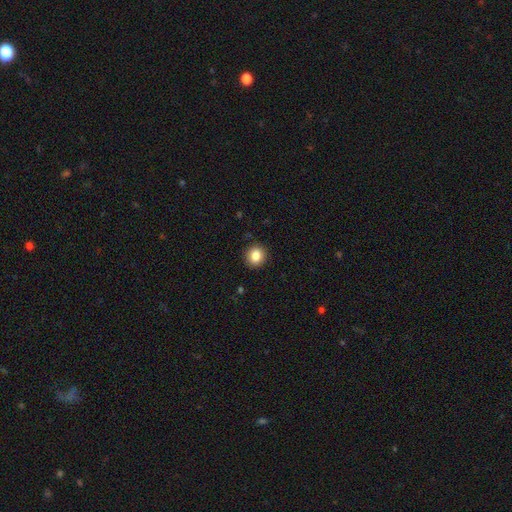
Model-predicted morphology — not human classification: A smooth galaxy with no disk features (86%) that is round (86%). Merging: none (91%).